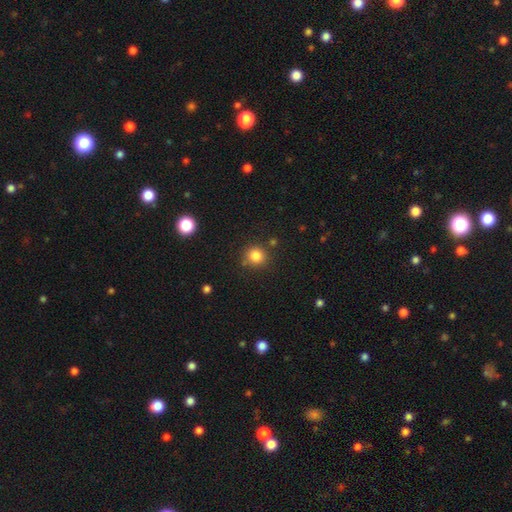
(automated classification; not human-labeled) Smooth or featured?
  - smooth: 83% *
  - star or artifact: 12%
  - featured or disk: 5%
How rounded?
  - round: 91% *
  - in between: 9%
  - cigar-shaped: 1%
Merging?
  - none: 82% *
  - minor disturbance: 10%
  - merger: 5%
  - major disturbance: 3%